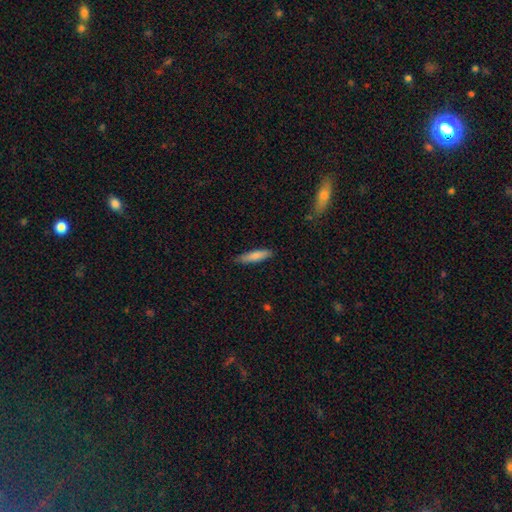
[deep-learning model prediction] This appears to be a smooth galaxy with no disk features (81%) that is cigar-shaped (76%). Merging: none (85%).